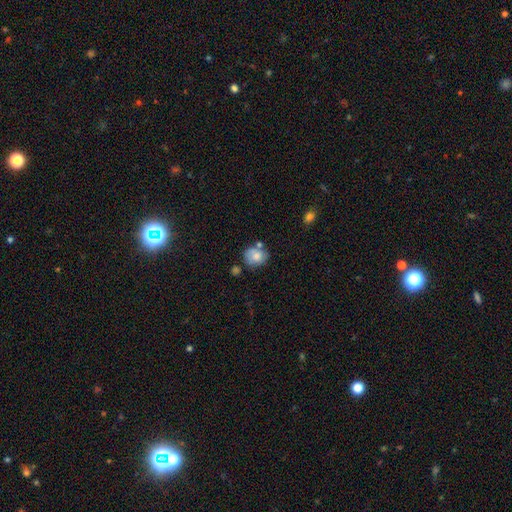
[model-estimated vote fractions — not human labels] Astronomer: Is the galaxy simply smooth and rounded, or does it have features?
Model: smooth — 69%.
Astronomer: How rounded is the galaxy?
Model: round — 64%.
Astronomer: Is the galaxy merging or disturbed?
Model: none — 53%.